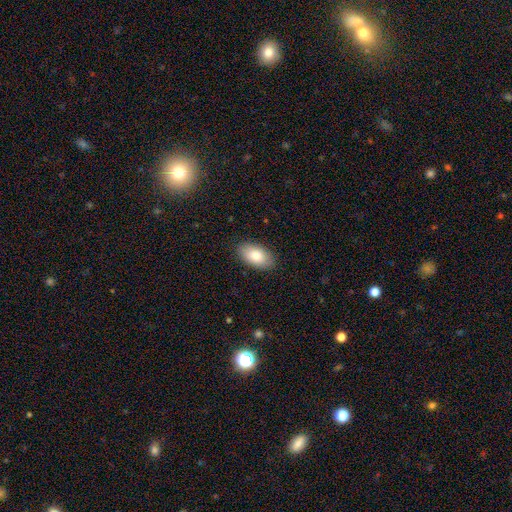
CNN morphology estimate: A smooth galaxy with no disk features (84%) that is in between round and cigar-shaped (95%).

Vote fractions:
- Smooth or featured? smooth: 84% / featured or disk: 10% / star or artifact: 6%
- How rounded? in between: 95% / round: 4% / cigar-shaped: 2%
- Merging? none: 88% / minor disturbance: 9% / major disturbance: 2% / merger: 1%